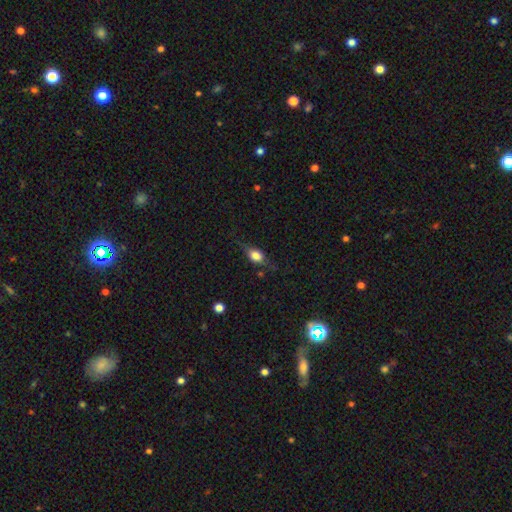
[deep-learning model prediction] The model was most divided on "smooth or featured": smooth: 52%, featured or disk: 38%, star or artifact: 10%. More confident: merging — none (68%); how rounded — in between (59%).